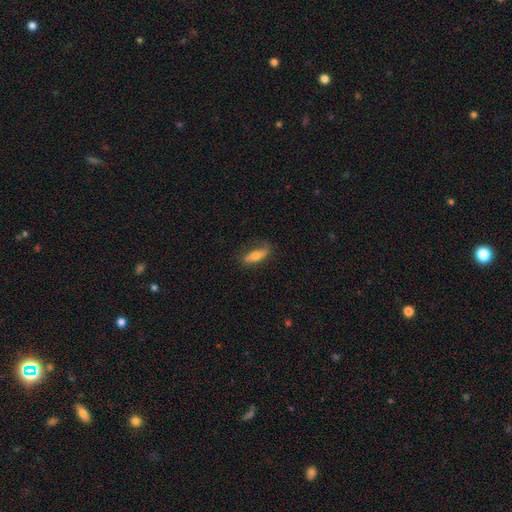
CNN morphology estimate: Overall: smooth (57%; featured or disk 37%). How rounded: in between (60%; cigar-shaped 36%). Merging: none (62%; minor disturbance 26%).